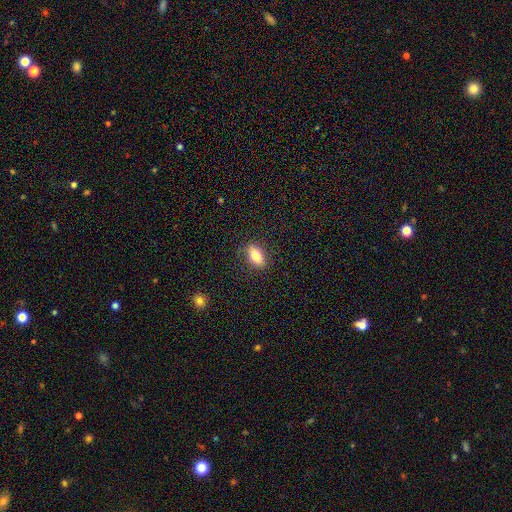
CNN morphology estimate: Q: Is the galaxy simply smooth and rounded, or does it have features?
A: smooth — 79%.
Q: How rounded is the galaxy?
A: in between — 84%.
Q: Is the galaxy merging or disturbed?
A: none — 85%.